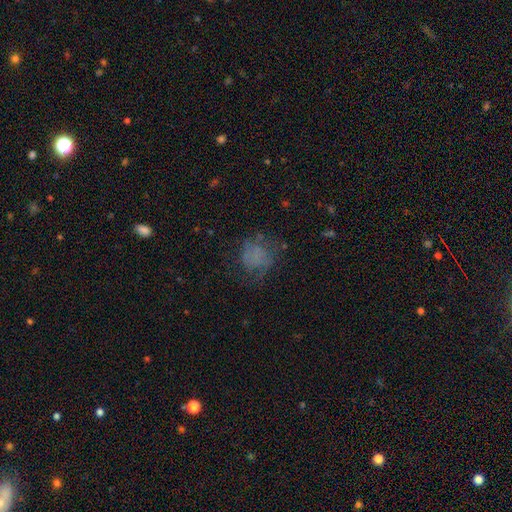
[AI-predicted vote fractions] A smooth galaxy with no disk features (52%) that is round (69%).

Vote fractions:
- Smooth or featured? smooth: 52% / featured or disk: 30% / star or artifact: 18%
- How rounded? round: 69% / in between: 30% / cigar-shaped: 1%
- Merging? none: 53% / major disturbance: 24% / minor disturbance: 22% / merger: 2%